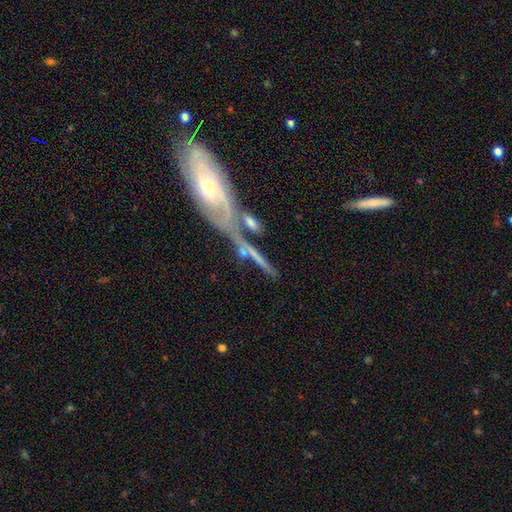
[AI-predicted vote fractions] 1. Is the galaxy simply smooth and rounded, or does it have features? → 58% featured or disk, 34% smooth, 9% star or artifact.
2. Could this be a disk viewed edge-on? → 65% yes, 35% no.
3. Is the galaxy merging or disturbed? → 41% merger, 37% none, 13% minor disturbance, 8% major disturbance.